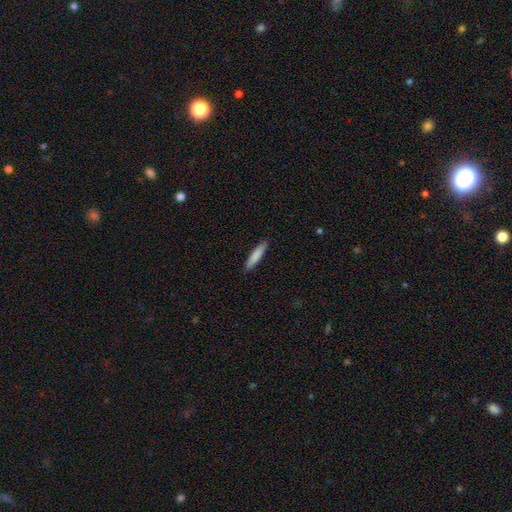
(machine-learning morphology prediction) Overall: smooth (84%). How rounded: cigar-shaped (87%). Merging: none (90%).